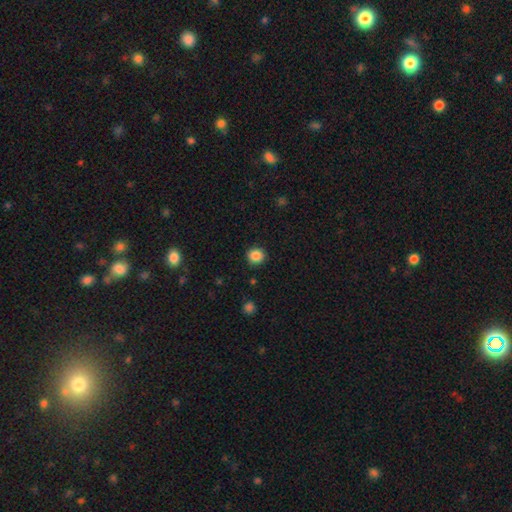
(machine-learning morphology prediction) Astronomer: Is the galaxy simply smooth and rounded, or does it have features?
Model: smooth — 86%.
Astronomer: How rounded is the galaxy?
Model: round — 90%.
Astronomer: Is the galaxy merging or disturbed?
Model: none — 90%.